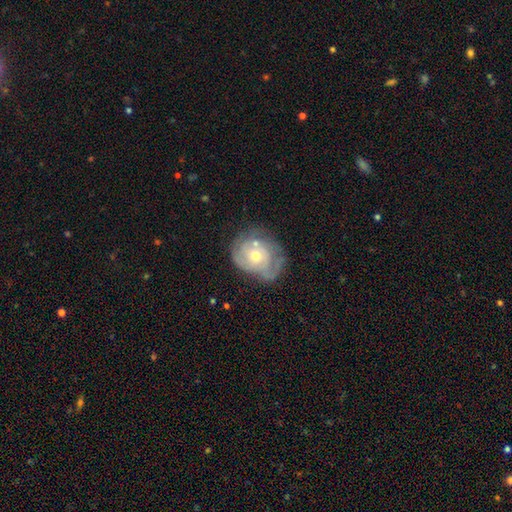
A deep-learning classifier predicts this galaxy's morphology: type=featured or disk (64%); edge-on=no (97%); bar=no (83%); spiral arms=yes (65%); bulge=moderate (57%); merging=none (40%).